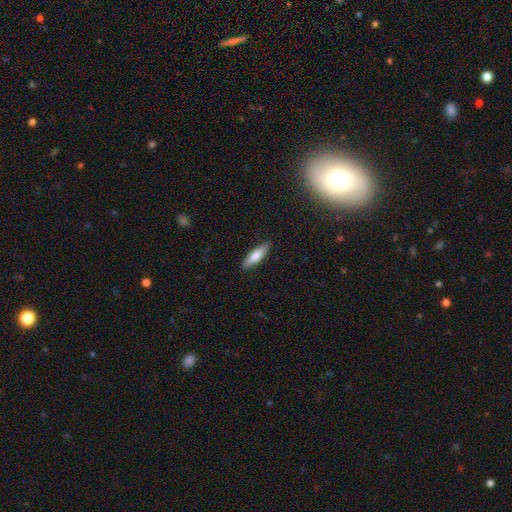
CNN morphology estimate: Smooth or featured? Predicted: smooth (p=0.73). How rounded? Predicted: cigar-shaped (p=0.63). Merging? Predicted: none (p=0.88).